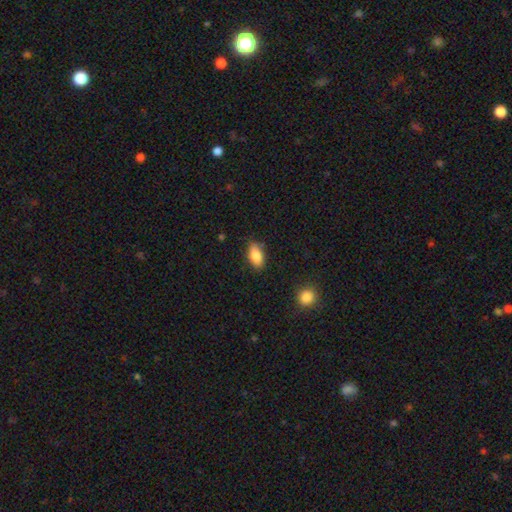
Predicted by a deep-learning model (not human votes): smooth-or-featured: smooth: 86% | star or artifact: 7% | featured or disk: 7%
  how-rounded: in between: 90% | cigar-shaped: 7% | round: 3%
  merging: none: 83% | minor disturbance: 13% | major disturbance: 3% | merger: 2%